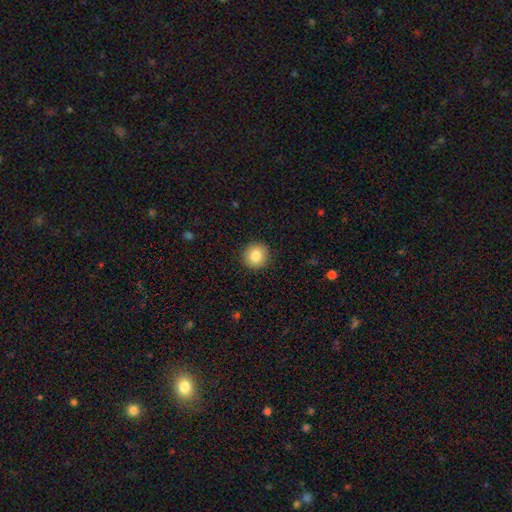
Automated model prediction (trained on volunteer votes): This is clearly a smooth galaxy (84%). How rounded: clearly round (93%). Merging: clearly none (92%).